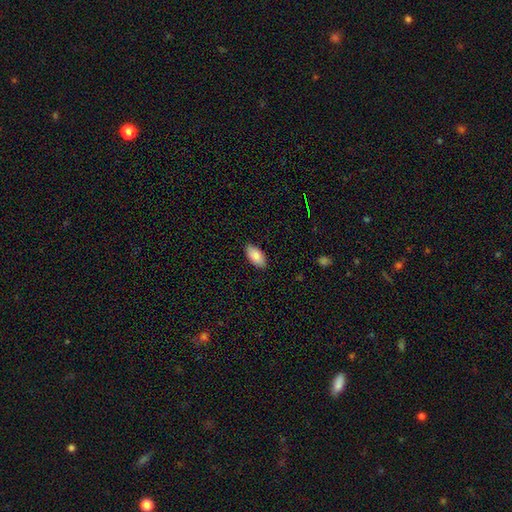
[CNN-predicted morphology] Overall: smooth (85%). How rounded: in between (94%). Merging: none (87%).